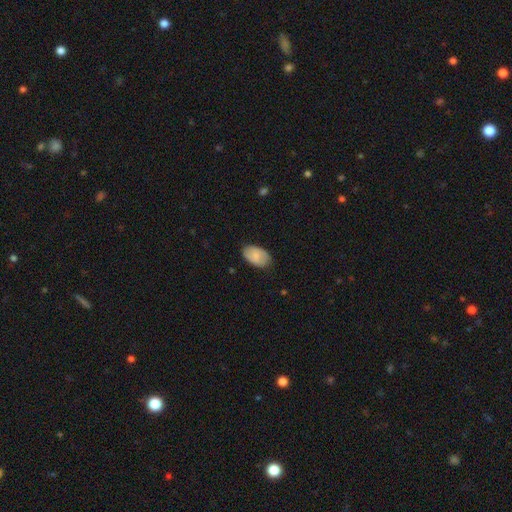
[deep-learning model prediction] Morphology: type=smooth (75%); roundness=in between (93%); merging=none (81%).